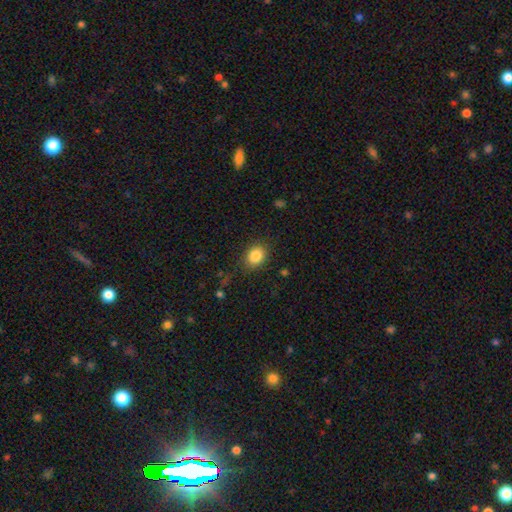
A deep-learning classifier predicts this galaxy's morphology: smooth_or_featured: smooth (p=0.86) [alt: star or artifact p=0.09]
how_rounded: in between (p=0.59) [alt: round p=0.40]
merging: none (p=0.81) [alt: minor disturbance p=0.13]